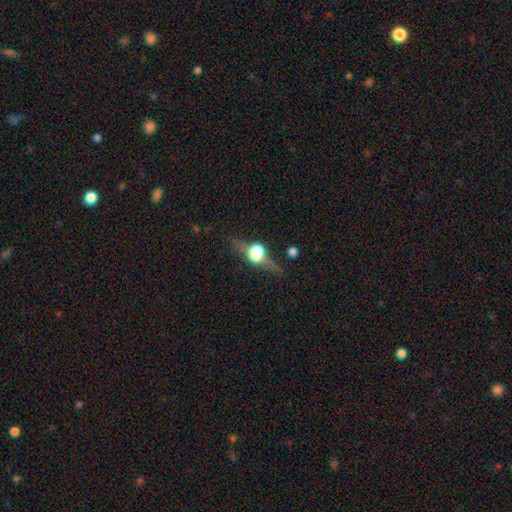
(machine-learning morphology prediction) A featured or disk galaxy (66%) viewed edge-on (88%) with a rounded central bulge (95%).

Vote fractions:
- Smooth or featured? featured or disk: 66% / smooth: 23% / star or artifact: 11%
- Edge-on disk? yes: 88% / no: 12%
- Edge-on bulge? rounded: 95% / boxy: 4% / none: 1%
- Merging? none: 68% / minor disturbance: 17% / major disturbance: 12% / merger: 3%